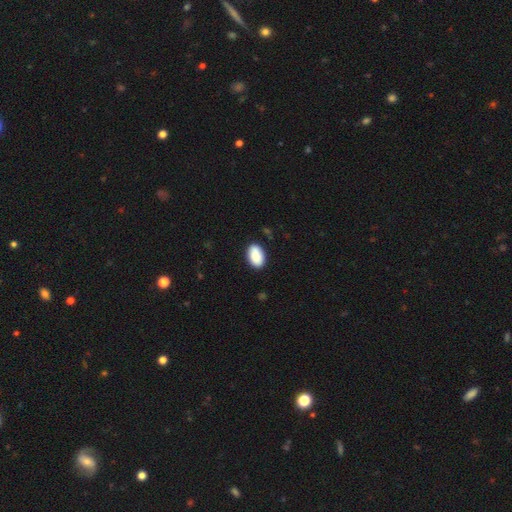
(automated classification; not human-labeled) Smooth or featured? Predicted: smooth (p=0.90). How rounded? Predicted: in between (p=0.93). Merging? Predicted: none (p=0.87).